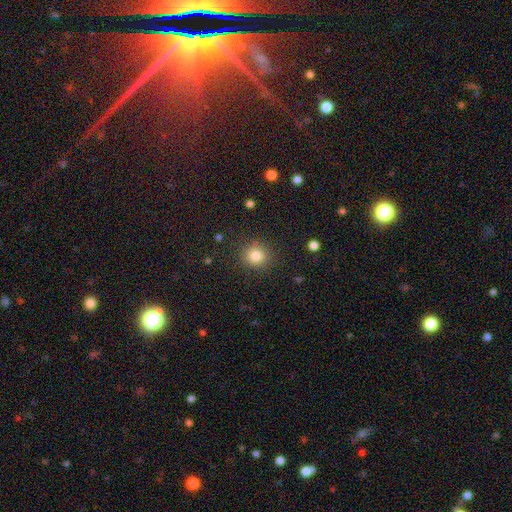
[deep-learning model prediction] Smooth or featured: smooth — 83% (star or artifact — 12%)
How rounded: round — 89% (in between — 10%)
Merging: none — 88% (minor disturbance — 8%)